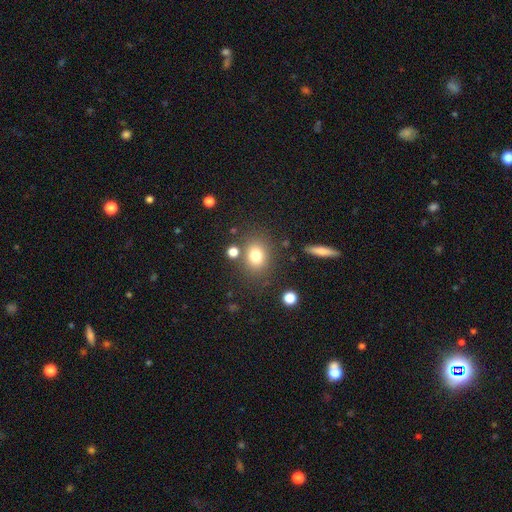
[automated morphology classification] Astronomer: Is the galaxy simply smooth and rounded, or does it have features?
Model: smooth — 78%.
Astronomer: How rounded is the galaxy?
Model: round — 52% (runner-up: in between, 47%).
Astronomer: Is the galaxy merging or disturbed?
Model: none — 75%.